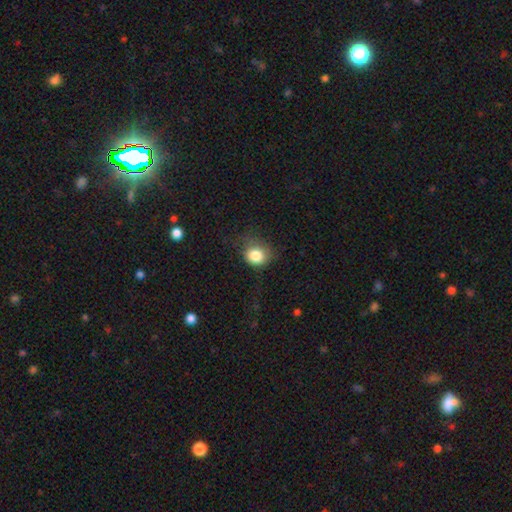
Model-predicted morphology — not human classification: This appears to be a smooth galaxy with no disk features (83%) that is round (73%). Merging: none (57%).